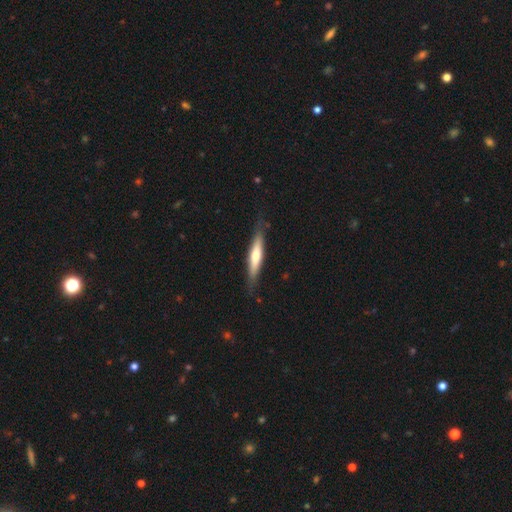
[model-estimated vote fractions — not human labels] This appears to be a smooth galaxy with no disk features (51%) that is cigar-shaped (86%). Merging: none (80%).